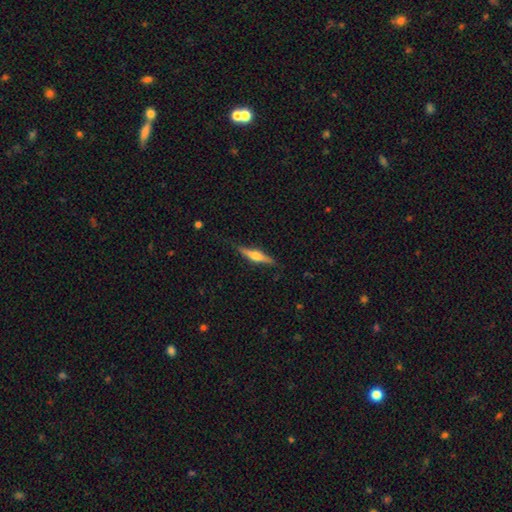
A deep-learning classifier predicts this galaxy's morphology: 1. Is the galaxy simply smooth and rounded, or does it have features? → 58% featured or disk, 36% smooth, 6% star or artifact.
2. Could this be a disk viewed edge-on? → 96% yes, 4% no.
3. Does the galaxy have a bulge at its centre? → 86% rounded, 9% boxy, 5% none.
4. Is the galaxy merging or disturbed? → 80% none, 16% minor disturbance, 3% major disturbance, 1% merger.